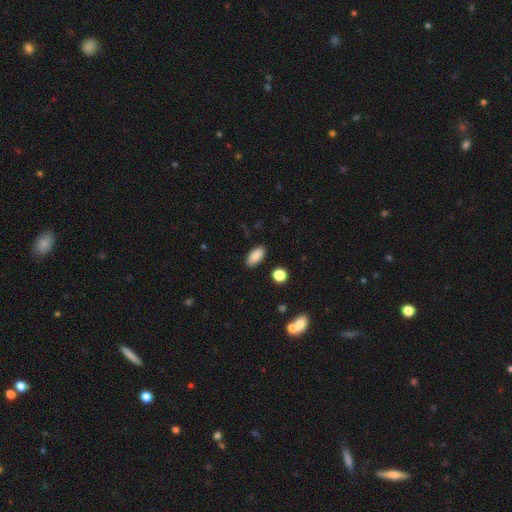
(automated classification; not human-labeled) Smooth or featured? smooth (88%)
How rounded? in between (90%)
Merging? none (88%)